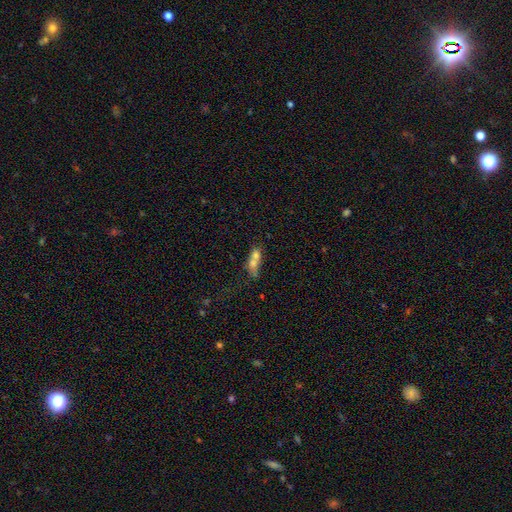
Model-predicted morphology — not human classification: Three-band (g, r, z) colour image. It shows a smooth galaxy with no disk features (62%) that is in between round and cigar-shaped (55%). Merging: merger (68%).